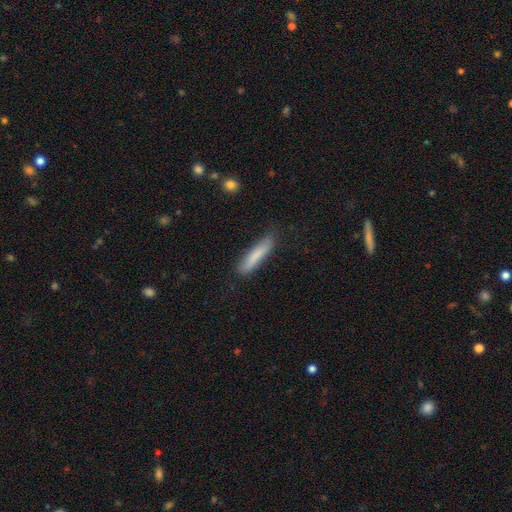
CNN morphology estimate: smooth-or-featured: smooth: 81% | featured or disk: 13% | star or artifact: 6%
  how-rounded: cigar-shaped: 87% | in between: 11% | round: 1%
  merging: none: 79% | minor disturbance: 16% | major disturbance: 3% | merger: 2%